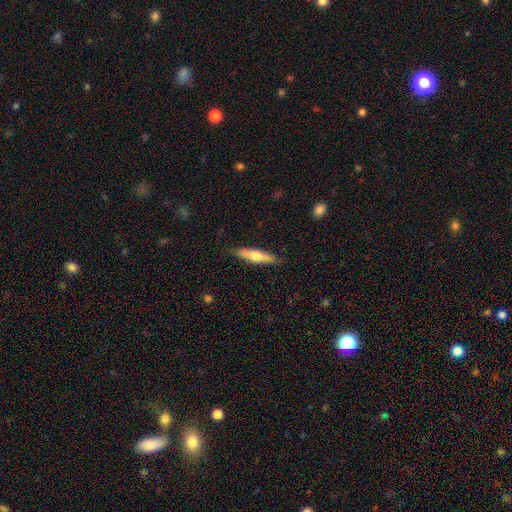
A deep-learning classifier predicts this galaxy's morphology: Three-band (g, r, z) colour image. It shows a smooth galaxy with no disk features (51%) that is cigar-shaped (78%). Merging: none (85%).